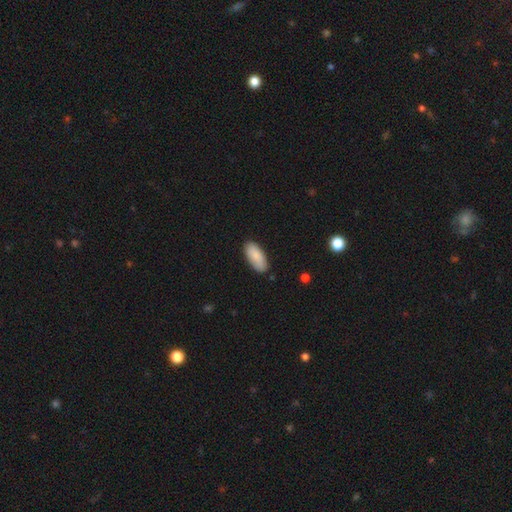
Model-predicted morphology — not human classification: Smooth or featured? Predicted: smooth (p=0.87). How rounded? Predicted: in between (p=0.87). Merging? Predicted: none (p=0.85).